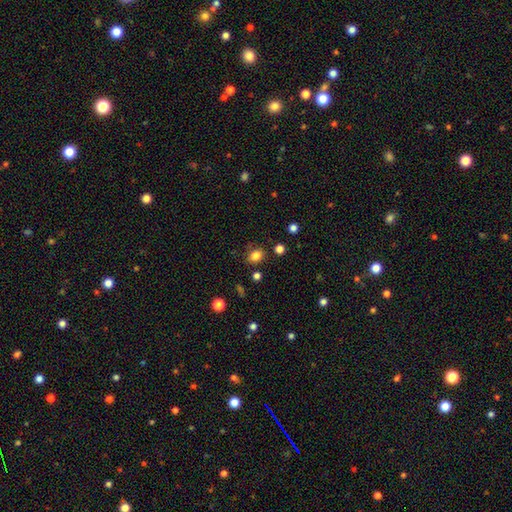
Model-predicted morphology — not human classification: Smooth or featured: smooth — 82% (star or artifact — 12%)
How rounded: in between — 61% (round — 38%)
Merging: none — 79% (minor disturbance — 13%)